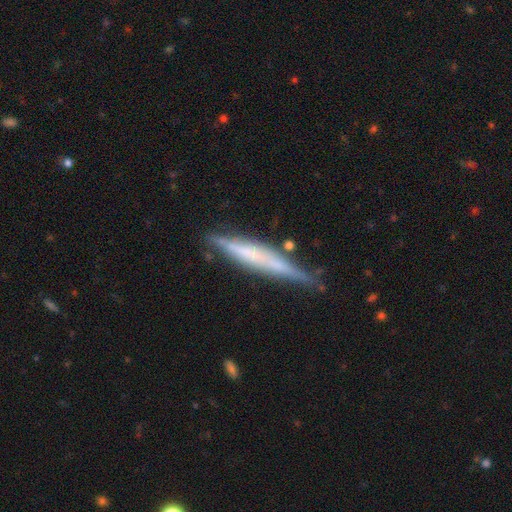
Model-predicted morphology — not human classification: Overall: featured or disk (56%; smooth 37%). Edge-on disk: yes (93%). Edge-on bulge: none (56%; rounded 22%). Merging: none (70%).